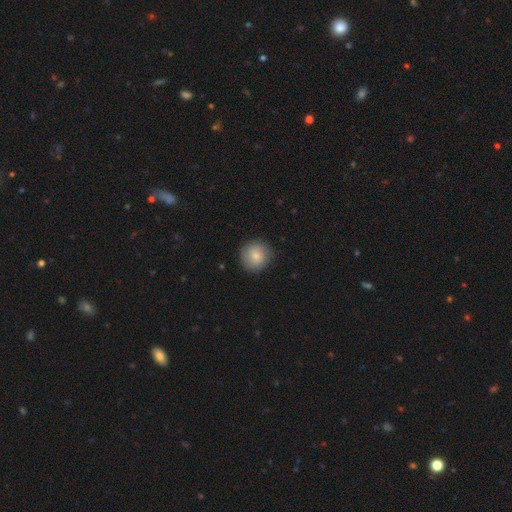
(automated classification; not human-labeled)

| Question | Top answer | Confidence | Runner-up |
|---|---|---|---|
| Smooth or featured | smooth | 78% | featured or disk (15%) |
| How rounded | round | 93% | in between (6%) |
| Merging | none | 86% | minor disturbance (10%) |